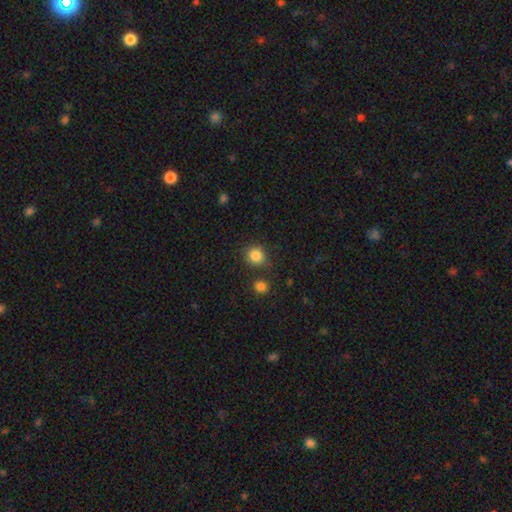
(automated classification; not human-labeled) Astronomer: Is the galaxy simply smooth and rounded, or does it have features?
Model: smooth — 85%.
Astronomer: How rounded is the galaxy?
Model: round — 88%.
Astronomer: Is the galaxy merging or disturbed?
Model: none — 81%.